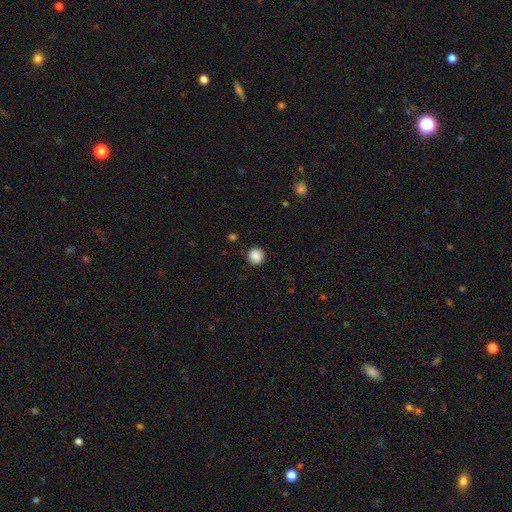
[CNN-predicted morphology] Smooth or featured? smooth (87%)
How rounded? round (91%)
Merging? none (88%)